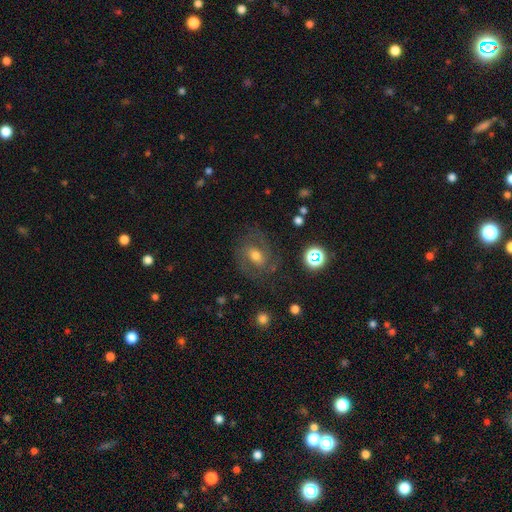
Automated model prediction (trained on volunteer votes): The model was most divided on "bar": no: 44%, weak: 42%, strong: 15%. Remaining: edge-on disk — no (97%); spiral arms — yes (84%); spiral arm count — 2 (75%); merging — none (74%); bulge size — moderate (64%); smooth or featured — featured or disk (63%); spiral winding — medium (49%).